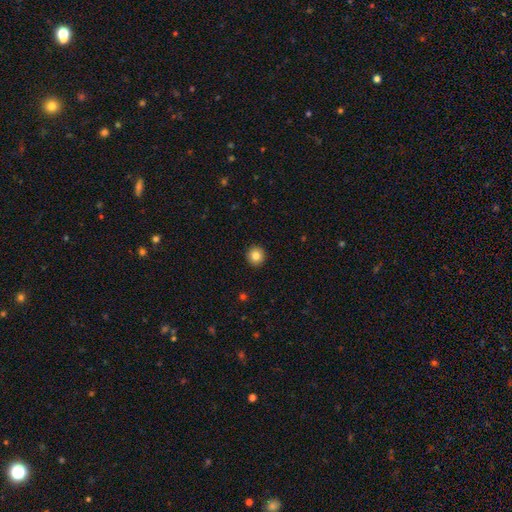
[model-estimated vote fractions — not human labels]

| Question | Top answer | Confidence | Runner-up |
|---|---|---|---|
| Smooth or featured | smooth | 83% | star or artifact (10%) |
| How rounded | round | 93% | in between (6%) |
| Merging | none | 93% | minor disturbance (5%) |